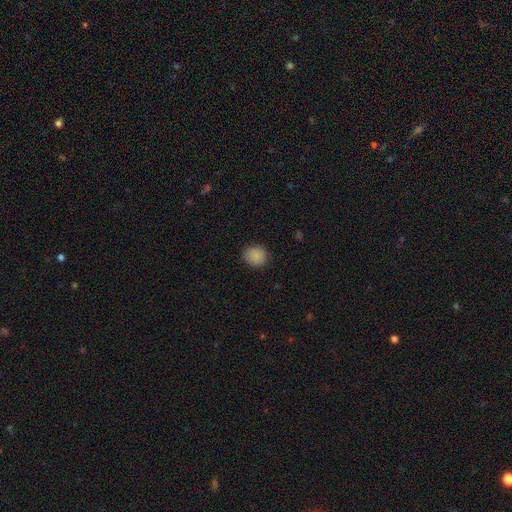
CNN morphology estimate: This appears to be a smooth galaxy with no disk features (87%) that is round (75%). Merging: none (85%).